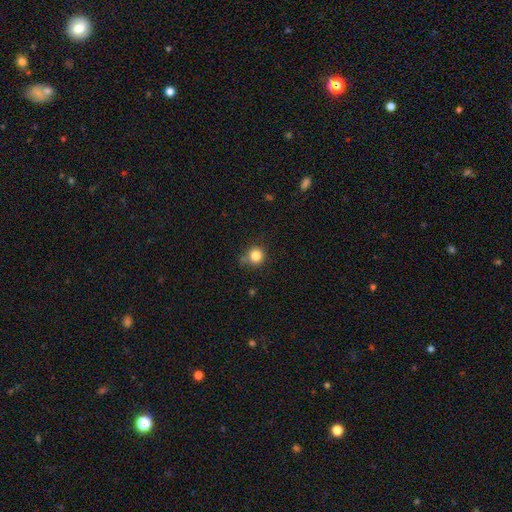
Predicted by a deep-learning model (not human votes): smooth_or_featured: smooth (p=0.83) [alt: star or artifact p=0.11]
how_rounded: round (p=0.91) [alt: in between p=0.08]
merging: none (p=0.72) [alt: minor disturbance p=0.18]